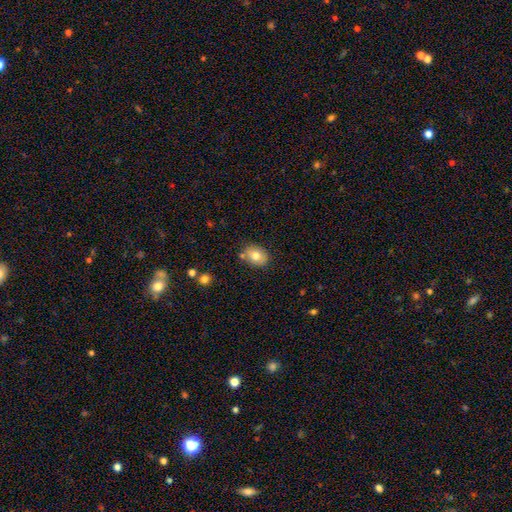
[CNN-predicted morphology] smooth_or_featured: smooth (p=0.79) [alt: featured or disk p=0.13]
how_rounded: in between (p=0.67) [alt: round p=0.32]
merging: none (p=0.79) [alt: minor disturbance p=0.13]